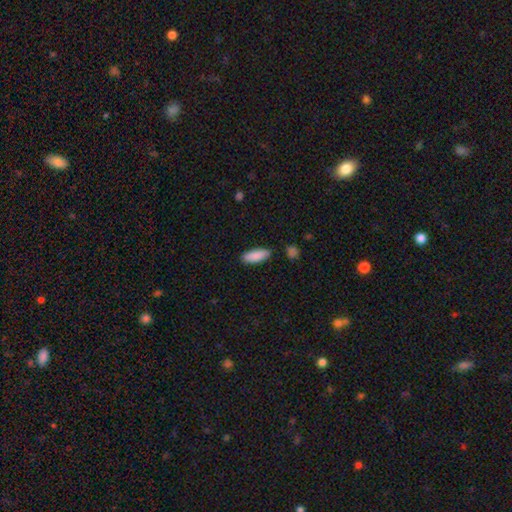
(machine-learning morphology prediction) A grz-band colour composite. It shows a smooth galaxy with no disk features (89%) that is in between round and cigar-shaped (69%). Merging: none (86%).